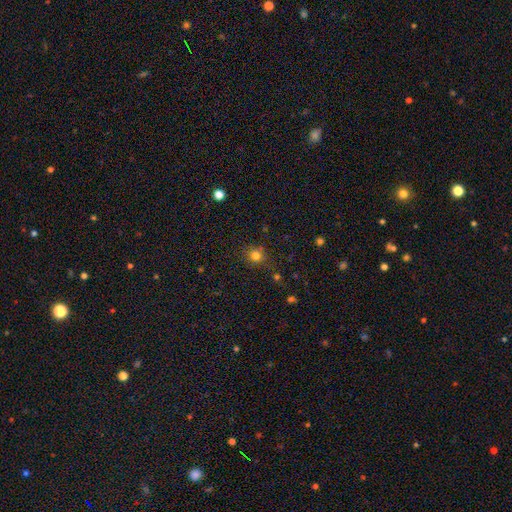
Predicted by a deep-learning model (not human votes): Smooth or featured? smooth (78%)
How rounded? round (86%)
Merging? none (80%)